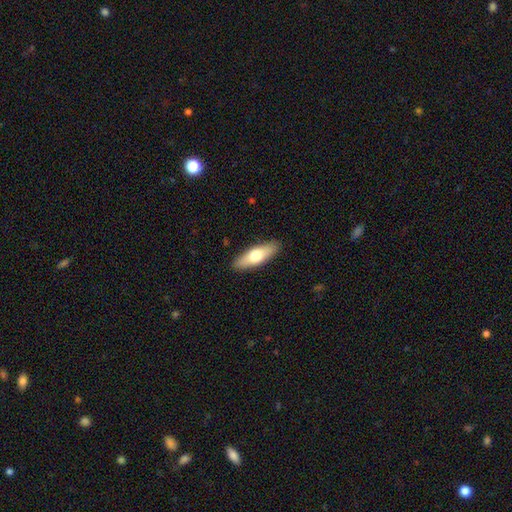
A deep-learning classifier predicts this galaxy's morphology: Overall: smooth (63%; featured or disk 31%). How rounded: in between (51%; cigar-shaped 47%). Merging: none (89%).